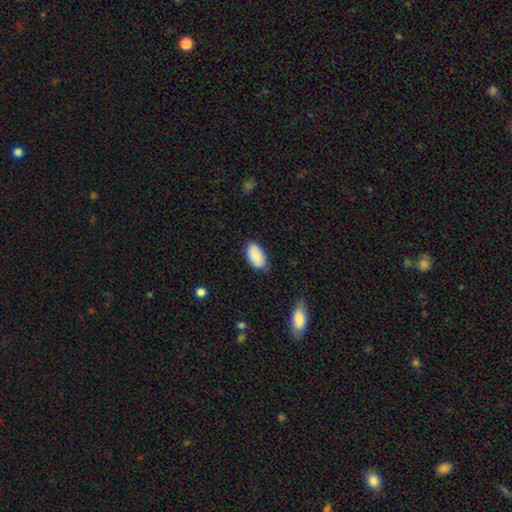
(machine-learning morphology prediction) A smooth galaxy with no disk features (86%) that is in between round and cigar-shaped (94%). Merging: none (78%).